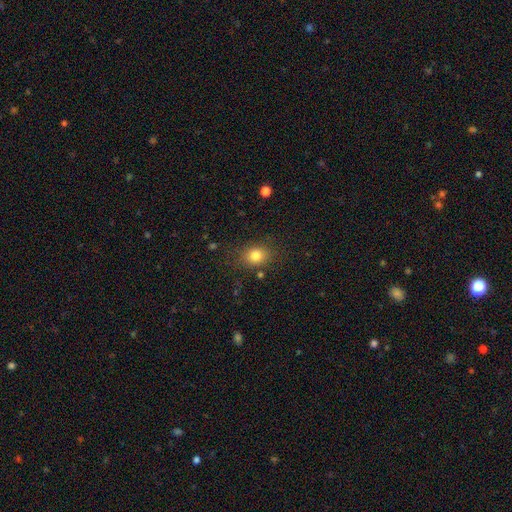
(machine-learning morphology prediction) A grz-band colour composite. It shows a smooth galaxy with no disk features (80%) that is round (50%). Merging: none (79%).